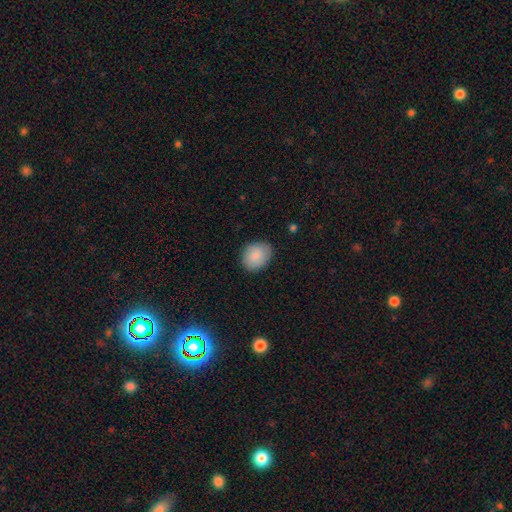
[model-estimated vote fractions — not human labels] smooth_or_featured: smooth (p=0.85) [alt: featured or disk p=0.09]
how_rounded: in between (p=0.52) [alt: round p=0.47]
merging: none (p=0.83) [alt: minor disturbance p=0.13]